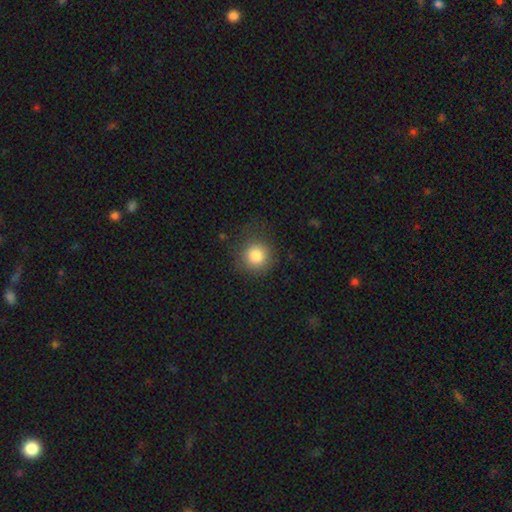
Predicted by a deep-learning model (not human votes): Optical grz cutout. It shows a smooth galaxy with no disk features (83%) that is round (92%). Merging: none (80%).